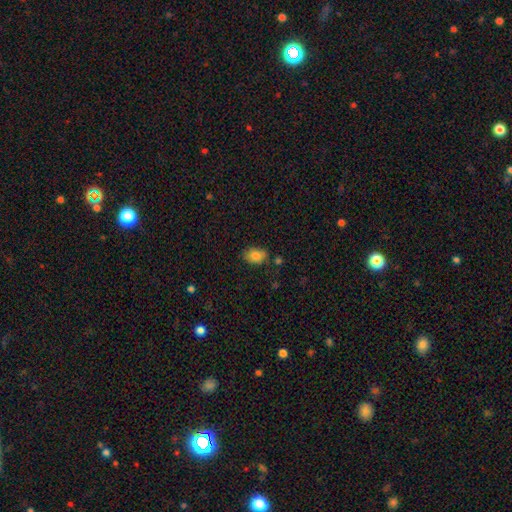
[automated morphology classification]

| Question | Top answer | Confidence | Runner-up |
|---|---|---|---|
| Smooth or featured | smooth | 83% | star or artifact (9%) |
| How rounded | in between | 82% | round (17%) |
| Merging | none | 74% | minor disturbance (18%) |